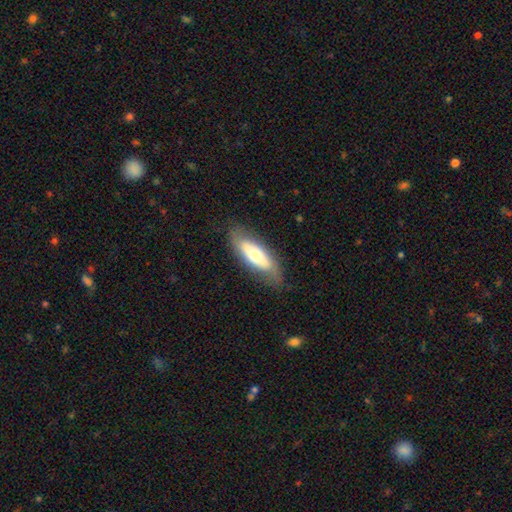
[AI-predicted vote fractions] Smooth or featured?
  - smooth: 55% *
  - featured or disk: 39%
  - star or artifact: 6%
How rounded?
  - in between: 62% *
  - cigar-shaped: 35%
  - round: 2%
Merging?
  - none: 78% *
  - minor disturbance: 16%
  - major disturbance: 5%
  - merger: 1%